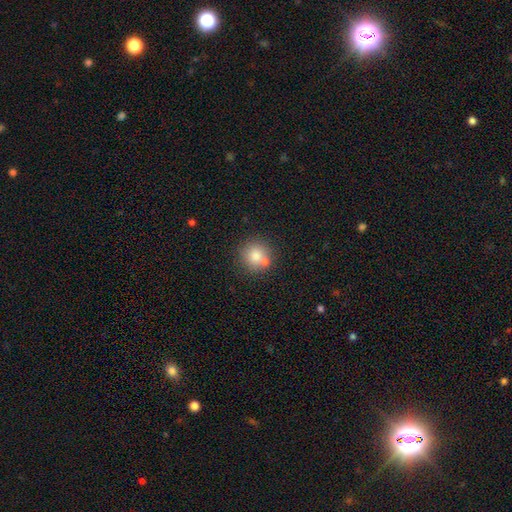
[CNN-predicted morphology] The model was most divided on "merging": none: 70%, merger: 17%, minor disturbance: 10%, major disturbance: 3%. More confident: how rounded — round (92%); smooth or featured — smooth (78%).